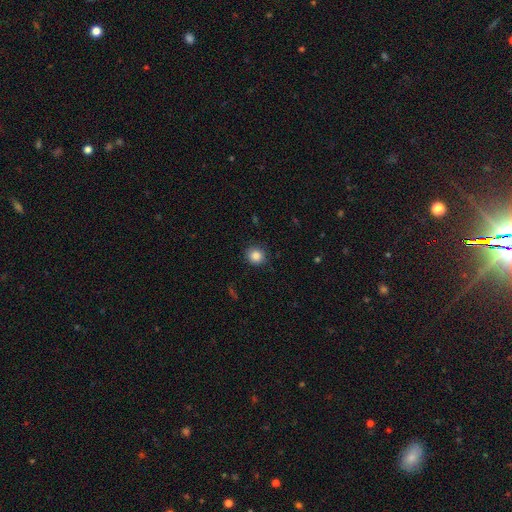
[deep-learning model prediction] smooth_or_featured: smooth (p=0.86) [alt: star or artifact p=0.10]
how_rounded: round (p=0.87) [alt: in between p=0.12]
merging: none (p=0.87) [alt: minor disturbance p=0.09]